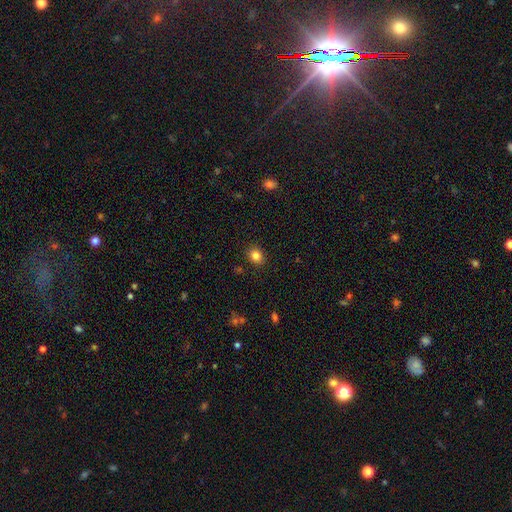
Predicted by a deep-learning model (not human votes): This is clearly a smooth galaxy (83%). How rounded: possibly round (54%). Merging: clearly none (88%).